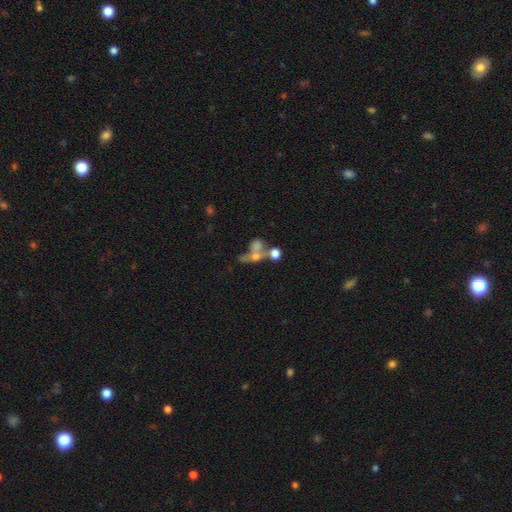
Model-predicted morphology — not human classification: Q: Smooth or featured?
A: smooth (52%); runner-up: featured or disk (31%)
Q: How rounded?
A: round (52%); runner-up: in between (41%)
Q: Merging?
A: merger (53%); runner-up: none (25%)